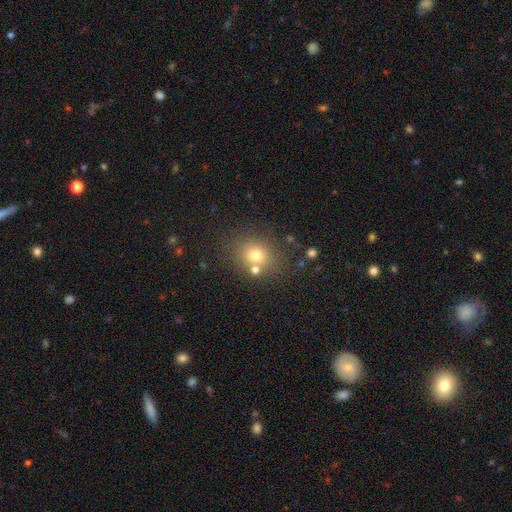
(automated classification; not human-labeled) Morphology: type=smooth (72%); roundness=round (67%); merging=none (71%).